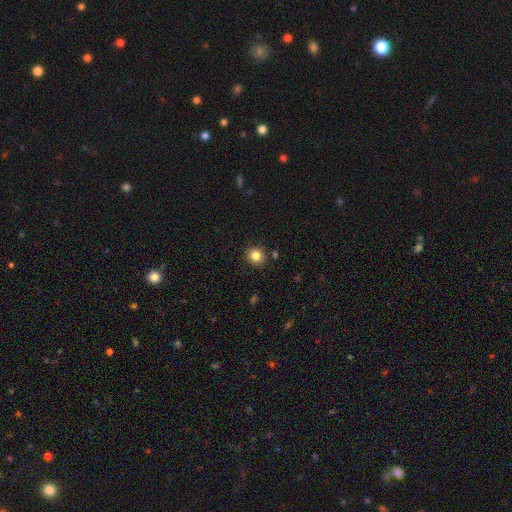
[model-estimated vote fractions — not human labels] Smooth or featured? Predicted: smooth (p=0.83). How rounded? Predicted: round (p=0.89). Merging? Predicted: none (p=0.89).